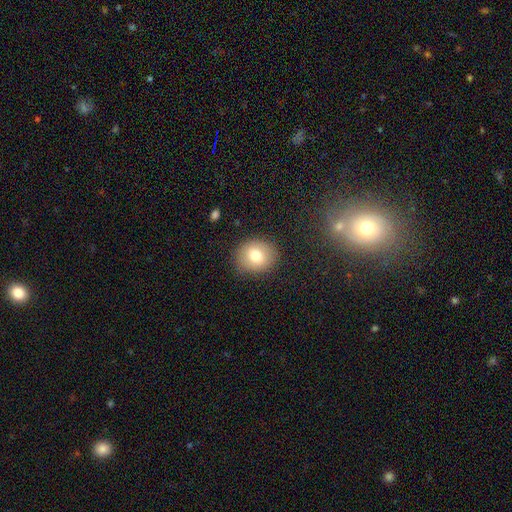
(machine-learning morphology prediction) smooth-or-featured: smooth: 77% | featured or disk: 13% | star or artifact: 10%
  how-rounded: round: 69% | in between: 30% | cigar-shaped: 1%
  merging: none: 85% | minor disturbance: 10% | major disturbance: 3% | merger: 1%